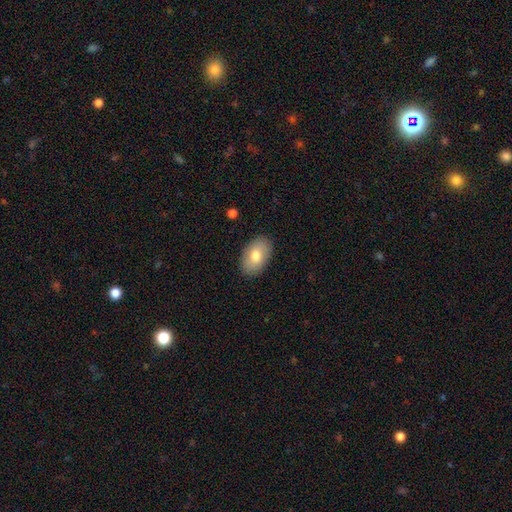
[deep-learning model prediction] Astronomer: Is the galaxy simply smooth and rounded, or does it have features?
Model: smooth — 77%.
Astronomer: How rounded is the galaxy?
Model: in between — 91%.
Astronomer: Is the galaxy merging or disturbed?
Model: none — 88%.